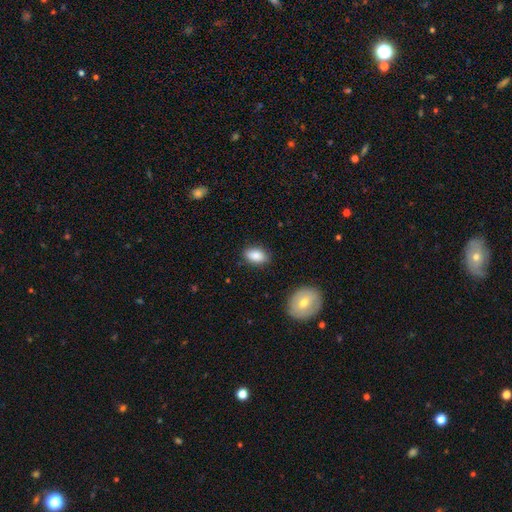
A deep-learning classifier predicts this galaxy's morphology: Smooth or featured: smooth — 86% (star or artifact — 7%)
How rounded: in between — 91% (round — 6%)
Merging: none — 84% (minor disturbance — 12%)